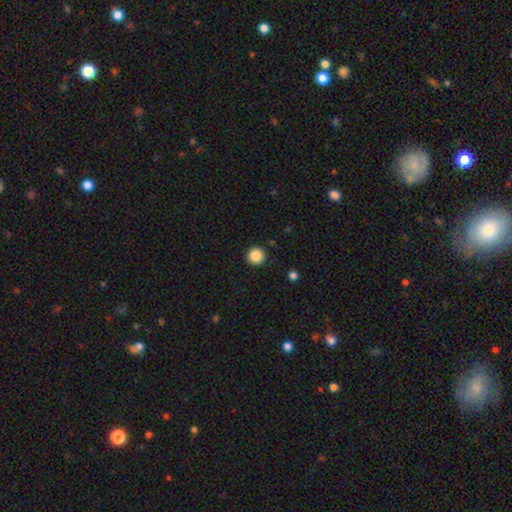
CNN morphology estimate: This appears to be a smooth galaxy with no disk features (87%) that is round (96%). Merging: none (93%).